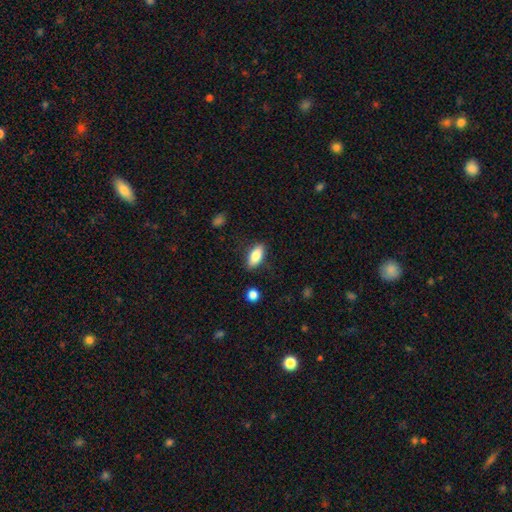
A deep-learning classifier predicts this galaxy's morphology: Smooth or featured?
  - smooth: 82% *
  - featured or disk: 12%
  - star or artifact: 7%
How rounded?
  - in between: 85% *
  - cigar-shaped: 12%
  - round: 3%
Merging?
  - none: 84% *
  - minor disturbance: 12%
  - major disturbance: 3%
  - merger: 2%